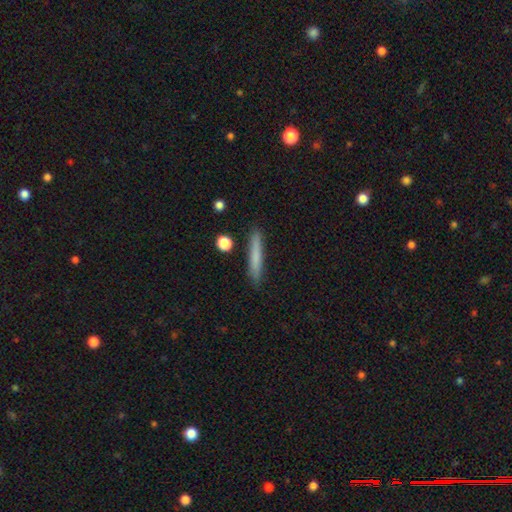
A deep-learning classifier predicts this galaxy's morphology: Smooth or featured? smooth (74%)
How rounded? cigar-shaped (94%)
Merging? none (87%)